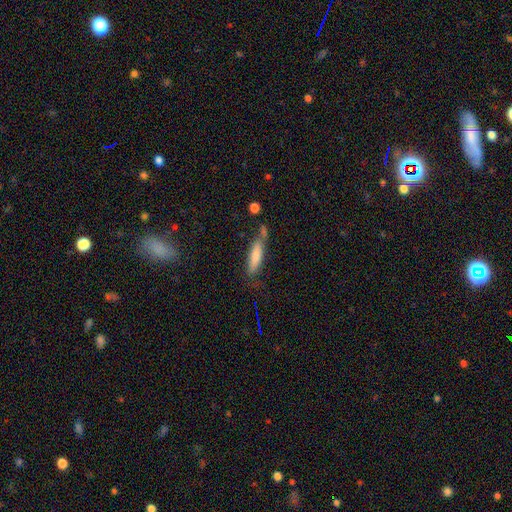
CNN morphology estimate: Smooth or featured? Predicted: smooth (p=0.75). How rounded? Predicted: cigar-shaped (p=0.70). Merging? Predicted: none (p=0.55).